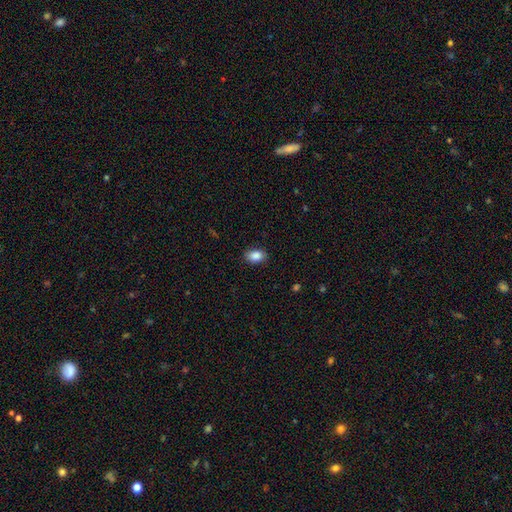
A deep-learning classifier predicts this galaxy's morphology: type=smooth (88%); roundness=in between (81%); merging=none (86%).